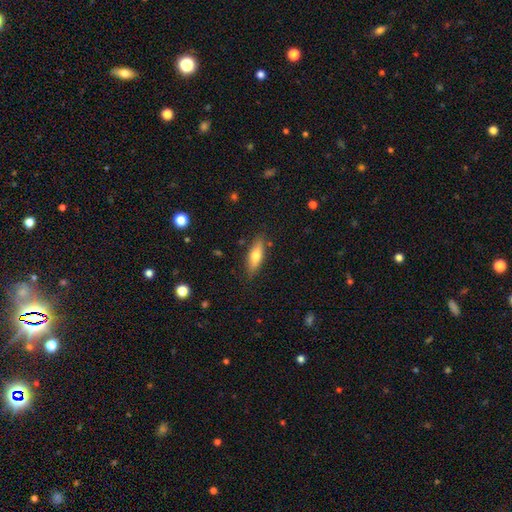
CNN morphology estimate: Smooth or featured? Predicted: smooth (p=0.65). How rounded? Predicted: in between (p=0.53). Merging? Predicted: none (p=0.84).